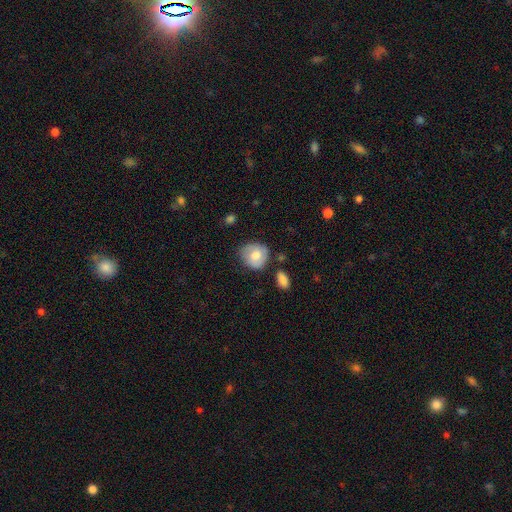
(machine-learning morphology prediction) This appears to be a smooth galaxy with no disk features (70%) that is round (79%). Merging: none (66%).